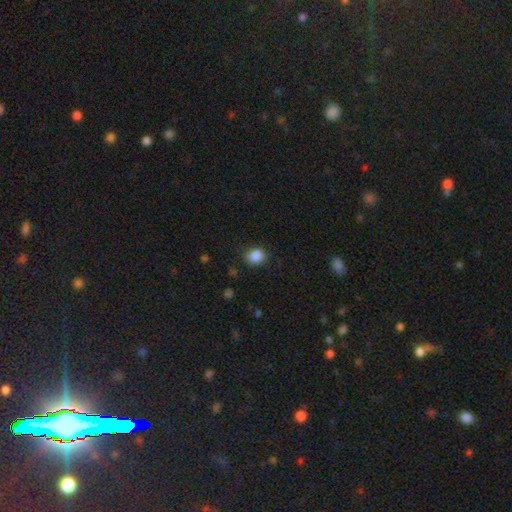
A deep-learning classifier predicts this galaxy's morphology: Smooth or featured?
  - smooth: 87% *
  - star or artifact: 9%
  - featured or disk: 4%
How rounded?
  - round: 57% *
  - in between: 42%
  - cigar-shaped: 1%
Merging?
  - none: 81% *
  - minor disturbance: 14%
  - major disturbance: 4%
  - merger: 1%